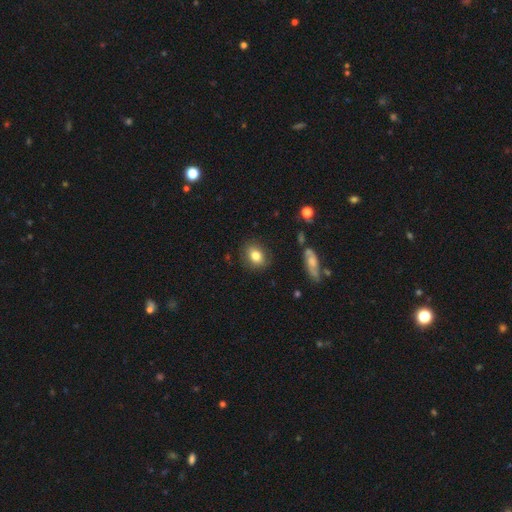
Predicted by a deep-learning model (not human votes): Smooth or featured: smooth — 81% (featured or disk — 10%)
How rounded: in between — 56% (round — 43%)
Merging: none — 83% (minor disturbance — 12%)